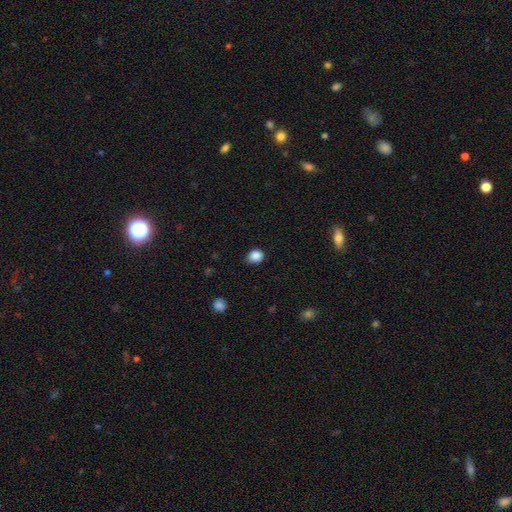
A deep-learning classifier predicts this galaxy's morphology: smooth-or-featured: smooth: 87% | star or artifact: 10% | featured or disk: 3%
  how-rounded: round: 55% | in between: 44% | cigar-shaped: 1%
  merging: none: 82% | minor disturbance: 15% | major disturbance: 3% | merger: 1%